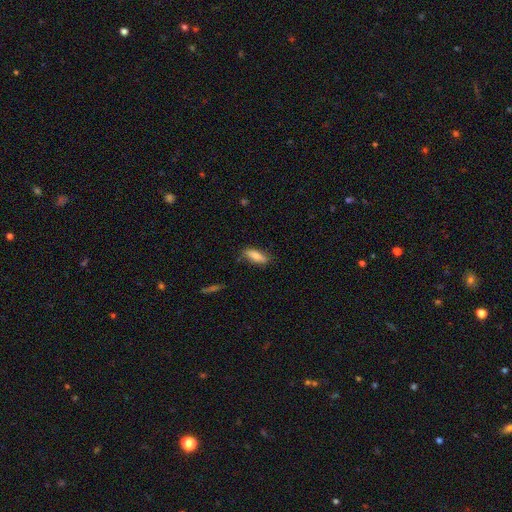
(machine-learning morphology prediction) Smooth or featured?
  - smooth: 72% *
  - featured or disk: 21%
  - star or artifact: 7%
How rounded?
  - in between: 54% *
  - cigar-shaped: 43%
  - round: 2%
Merging?
  - none: 82% *
  - minor disturbance: 14%
  - major disturbance: 2%
  - merger: 1%